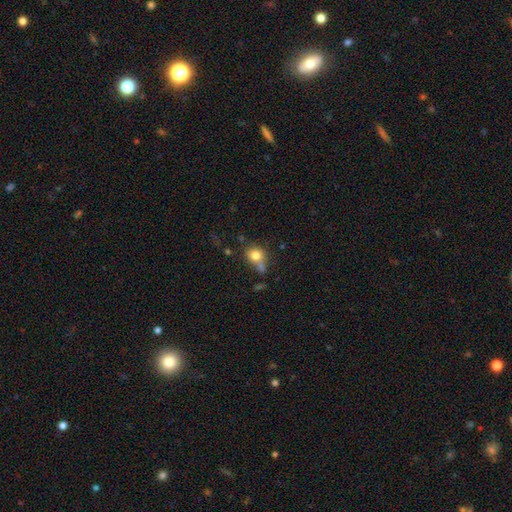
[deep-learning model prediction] Smooth or featured? smooth (78%)
How rounded? round (73%)
Merging? none (50%)